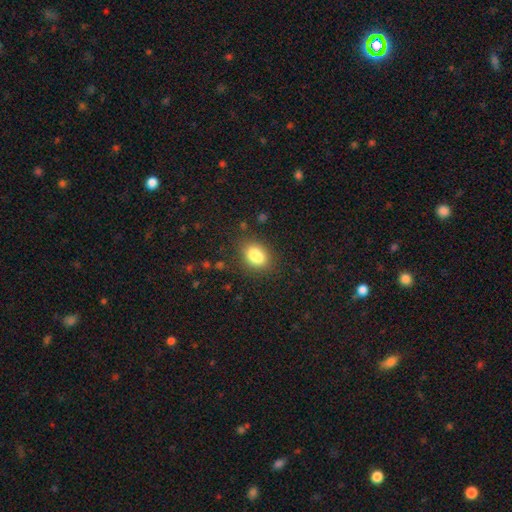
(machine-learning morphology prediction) A smooth galaxy with no disk features (83%) that is in between round and cigar-shaped (73%).

Vote fractions:
- Smooth or featured? smooth: 83% / star or artifact: 10% / featured or disk: 7%
- How rounded? in between: 73% / round: 25% / cigar-shaped: 2%
- Merging? none: 75% / minor disturbance: 15% / merger: 5% / major disturbance: 5%